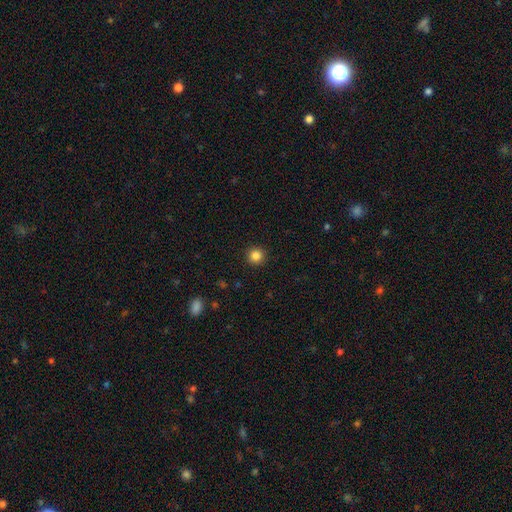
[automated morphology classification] smooth_or_featured: smooth (p=0.85) [alt: star or artifact p=0.11]
how_rounded: round (p=0.96) [alt: in between p=0.03]
merging: none (p=0.93) [alt: minor disturbance p=0.05]